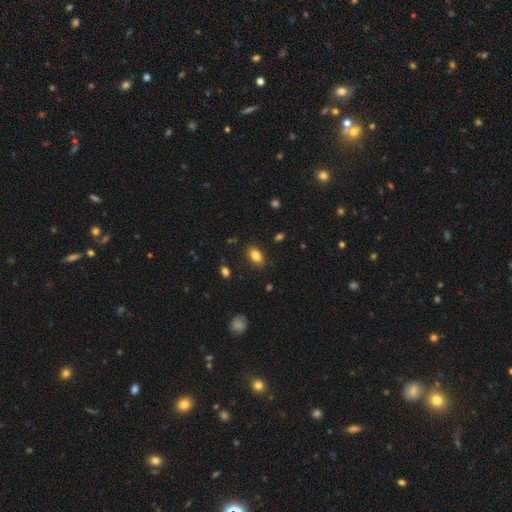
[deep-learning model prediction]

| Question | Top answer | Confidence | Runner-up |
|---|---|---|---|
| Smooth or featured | smooth | 82% | featured or disk (9%) |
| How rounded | in between | 89% | round (8%) |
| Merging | none | 85% | minor disturbance (11%) |